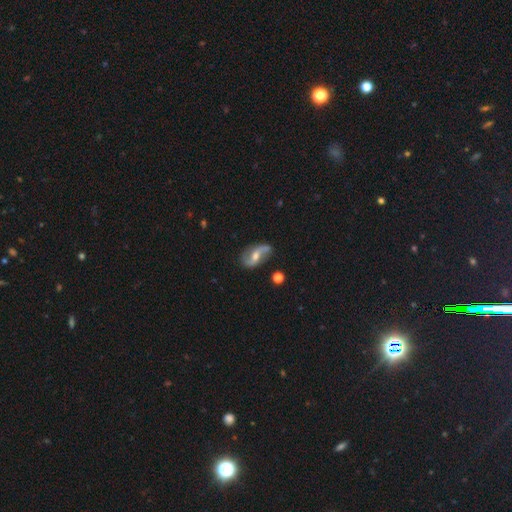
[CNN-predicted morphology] smooth_or_featured: featured or disk (p=0.84) [alt: smooth p=0.10]
disk_edge_on: no (p=0.96) [alt: yes p=0.04]
bar: weak (p=0.41) [alt: no p=0.37]
has_spiral_arms: yes (p=0.95) [alt: no p=0.05]
spiral_winding: loose (p=0.73) [alt: medium p=0.21]
spiral_arm_count: 2 (p=0.92) [alt: 1 p=0.03]
bulge_size: moderate (p=0.60) [alt: small p=0.33]
merging: none (p=0.75) [alt: minor disturbance p=0.16]